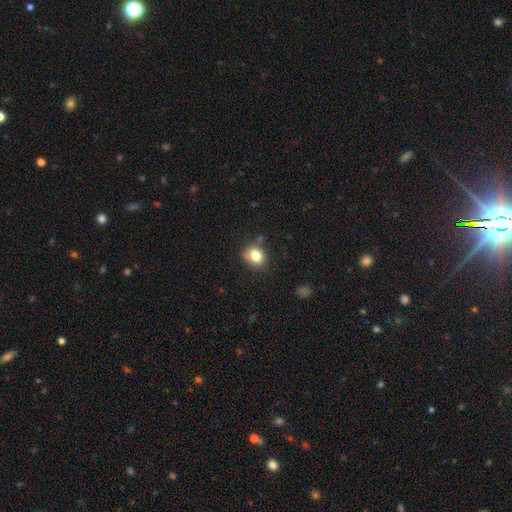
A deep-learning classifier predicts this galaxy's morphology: This appears to be a smooth galaxy with no disk features (80%) that is round (52%). Merging: none (72%).